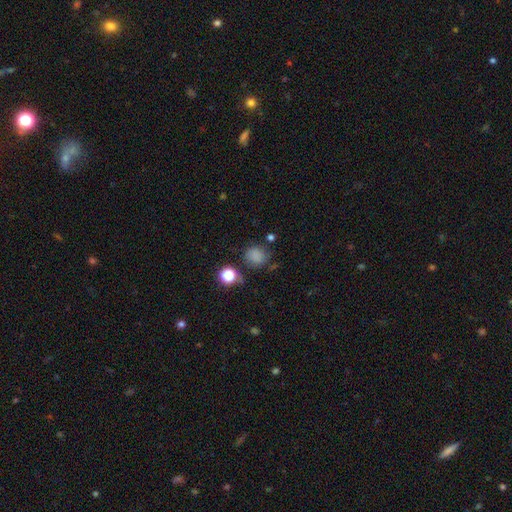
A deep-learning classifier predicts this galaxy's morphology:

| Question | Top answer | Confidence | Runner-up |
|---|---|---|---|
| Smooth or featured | smooth | 76% | star or artifact (17%) |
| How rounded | round | 81% | in between (18%) |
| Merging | none | 69% | minor disturbance (18%) |